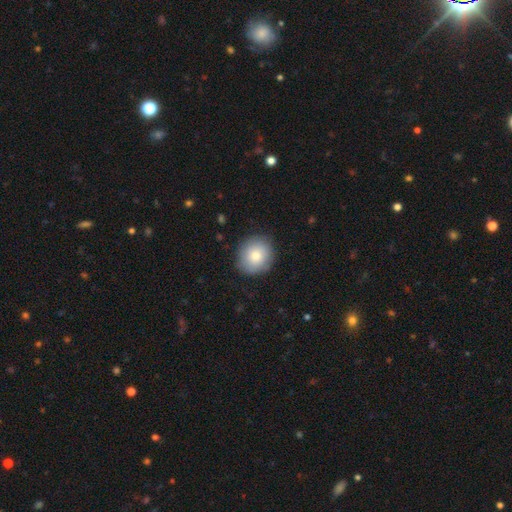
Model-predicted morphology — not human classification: Smooth or featured? smooth (78%)
How rounded? round (79%)
Merging? none (86%)